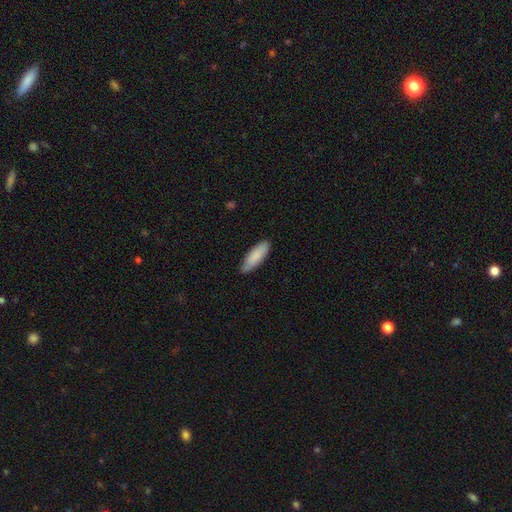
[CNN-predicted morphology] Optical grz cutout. It shows a smooth galaxy with no disk features (86%) that is in between round and cigar-shaped (55%). Merging: none (82%).